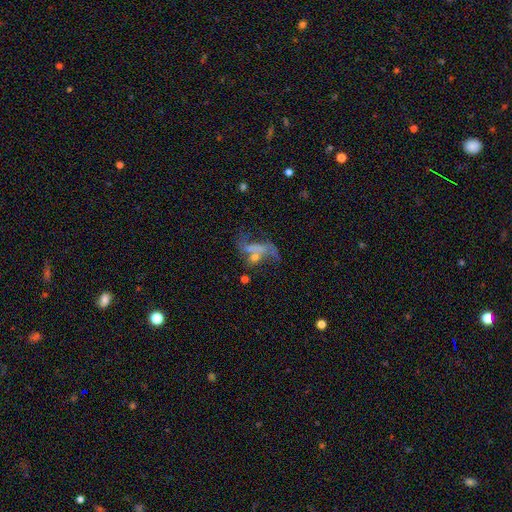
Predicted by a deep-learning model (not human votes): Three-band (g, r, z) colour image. It shows a featured or disk galaxy (57%) with no bar (66%), no spiral arms (54%) and no central bulge (42%). Merging: major disturbance (34%).